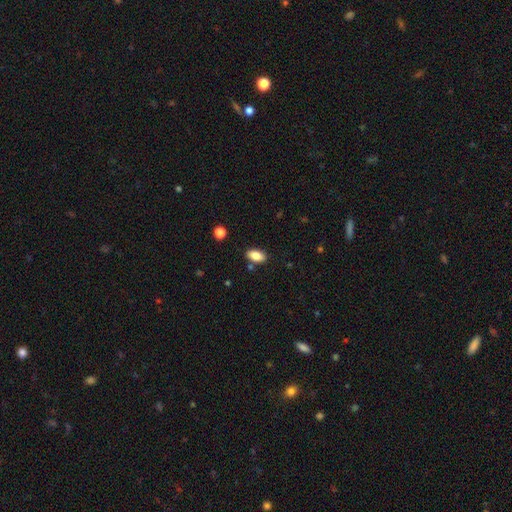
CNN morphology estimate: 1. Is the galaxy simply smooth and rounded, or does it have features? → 85% smooth, 8% star or artifact, 7% featured or disk.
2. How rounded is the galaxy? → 92% in between, 4% cigar-shaped, 4% round.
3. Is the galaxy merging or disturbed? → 83% none, 11% minor disturbance, 4% merger, 2% major disturbance.